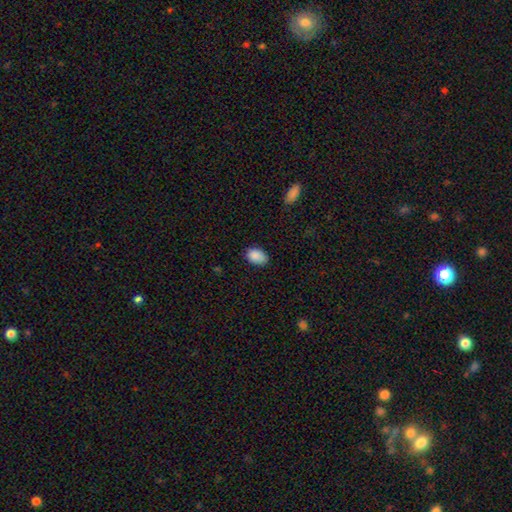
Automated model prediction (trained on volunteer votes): Morphology: type=smooth (89%); roundness=in between (85%); merging=none (79%).